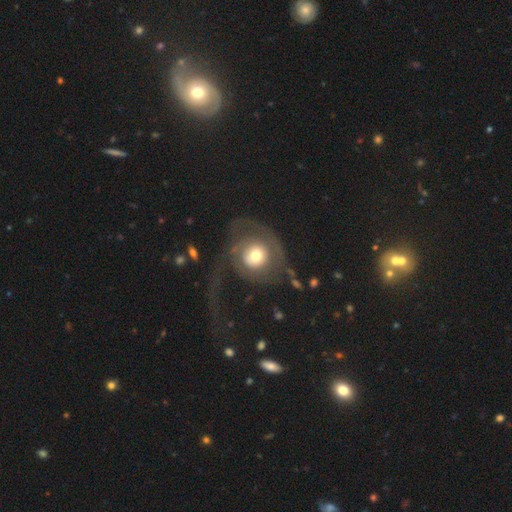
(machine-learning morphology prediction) type=featured or disk (53%); edge-on=no (96%); bar=no (85%); spiral arms=yes (62%); bulge=moderate (61%); merging=major disturbance (47%).